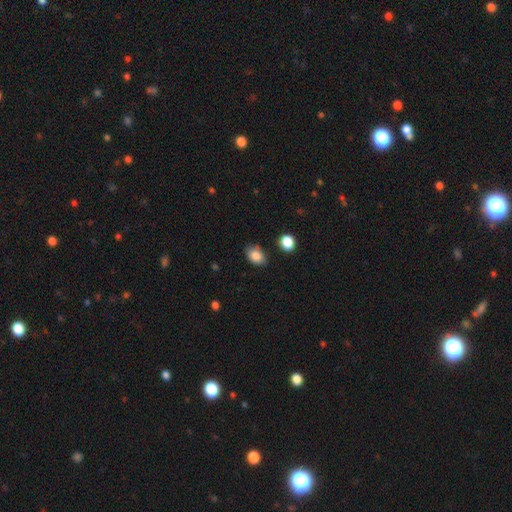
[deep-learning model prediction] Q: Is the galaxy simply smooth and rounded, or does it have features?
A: smooth — 84%.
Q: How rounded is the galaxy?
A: in between — 79%.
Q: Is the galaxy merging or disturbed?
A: none — 78%.